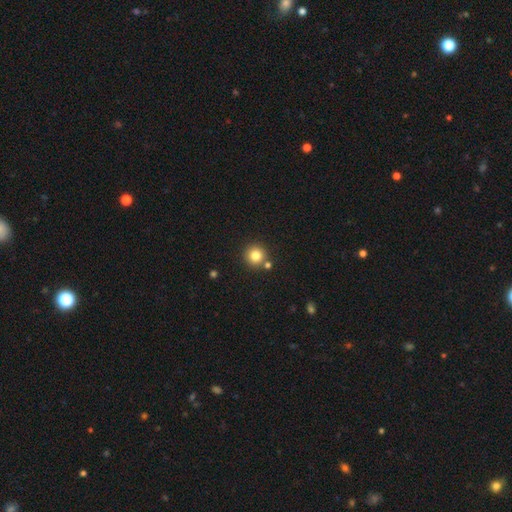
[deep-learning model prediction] smooth-or-featured: smooth: 81% | star or artifact: 12% | featured or disk: 7%
  how-rounded: round: 95% | in between: 4% | cigar-shaped: 1%
  merging: none: 82% | merger: 9% | minor disturbance: 7% | major disturbance: 2%